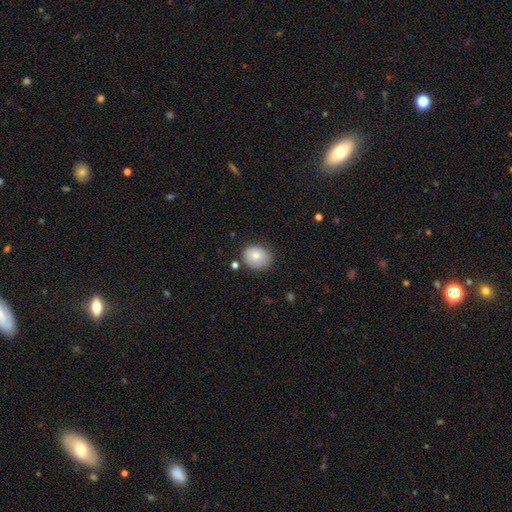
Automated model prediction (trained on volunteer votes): This appears to be a smooth galaxy with no disk features (79%) that is round (62%). Merging: none (73%).